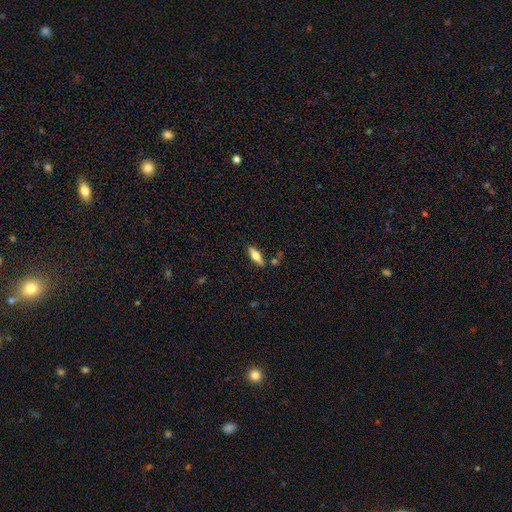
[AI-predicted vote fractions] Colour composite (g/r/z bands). It shows a smooth galaxy with no disk features (54%) that is in between round and cigar-shaped (54%). Merging: none (81%).